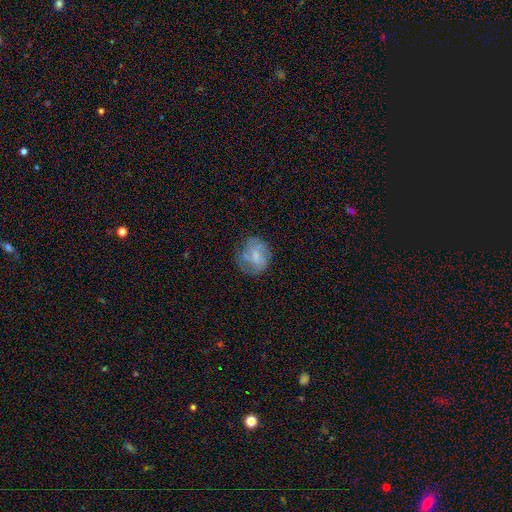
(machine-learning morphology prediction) Smooth or featured? Predicted: featured or disk (p=0.53). Edge-on disk? Predicted: no (p=0.98). Bar? Predicted: no (p=0.46). Spiral arms? Predicted: yes (p=0.74). Bulge size? Predicted: small (p=0.36). Merging? Predicted: none (p=0.66).